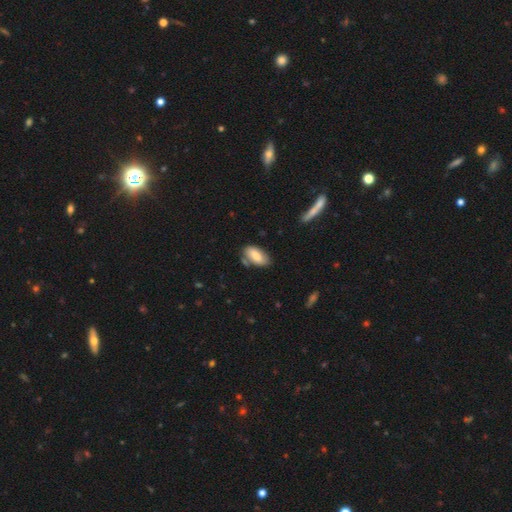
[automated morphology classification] This appears to be a smooth galaxy with no disk features (77%) that is in between round and cigar-shaped (91%). Merging: none (68%).